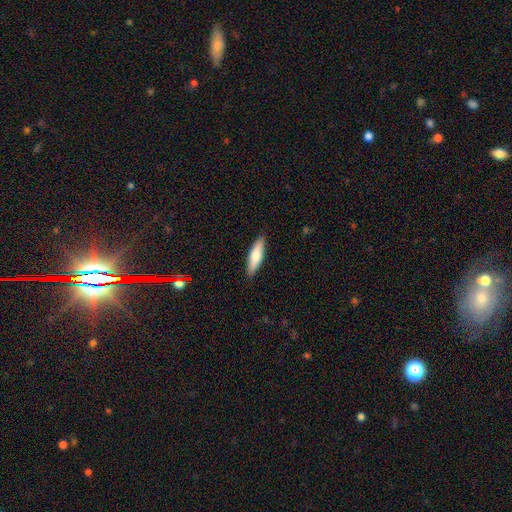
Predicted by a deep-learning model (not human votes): A smooth galaxy with no disk features (73%) that is cigar-shaped (62%). Merging: none (88%).